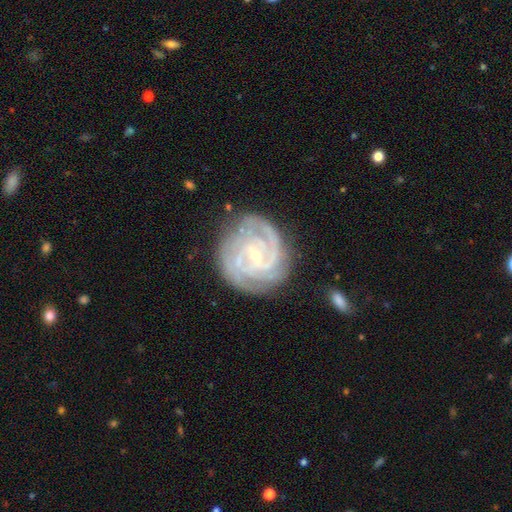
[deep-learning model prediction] smooth_or_featured: featured or disk (p=0.89) [alt: smooth p=0.06]
disk_edge_on: no (p=0.98) [alt: yes p=0.02]
bar: weak (p=0.48) [alt: no p=0.35]
has_spiral_arms: yes (p=0.97) [alt: no p=0.03]
spiral_winding: tight (p=0.72) [alt: medium p=0.25]
spiral_arm_count: 3 (p=0.29) [alt: 2 p=0.26]
bulge_size: small (p=0.74) [alt: moderate p=0.22]
merging: none (p=0.77) [alt: minor disturbance p=0.16]